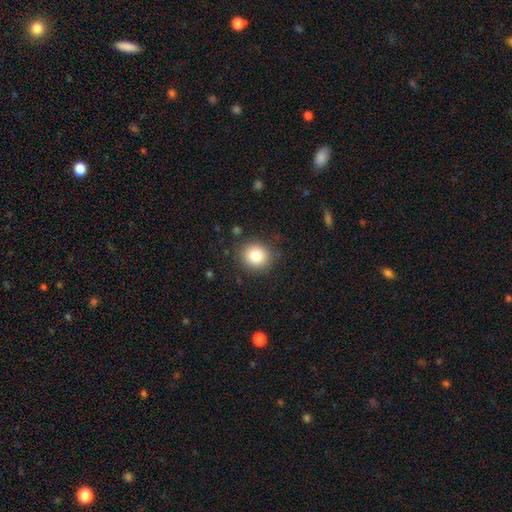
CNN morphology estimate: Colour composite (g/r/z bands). It shows a smooth galaxy with no disk features (83%) that is round (80%). Merging: none (87%).